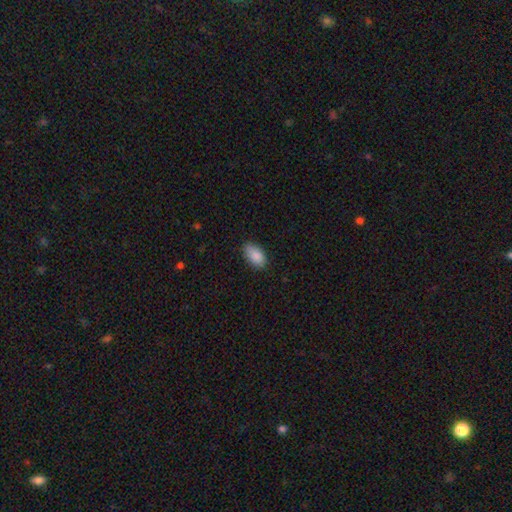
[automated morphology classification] Smooth or featured? Predicted: smooth (p=0.89). How rounded? Predicted: in between (p=0.94). Merging? Predicted: none (p=0.84).